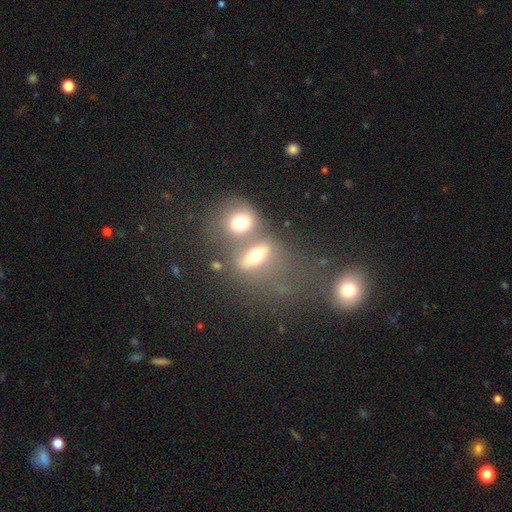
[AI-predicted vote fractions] smooth_or_featured: smooth (p=0.55) [alt: featured or disk p=0.32]
how_rounded: in between (p=0.60) [alt: round p=0.26]
merging: merger (p=0.51) [alt: none p=0.31]